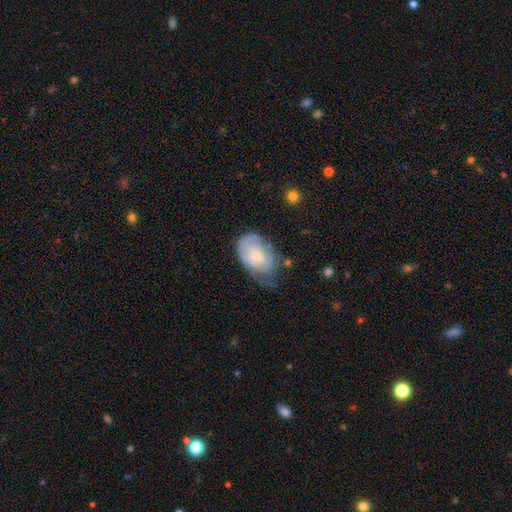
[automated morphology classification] type=smooth (47%); merging=minor disturbance (39%).